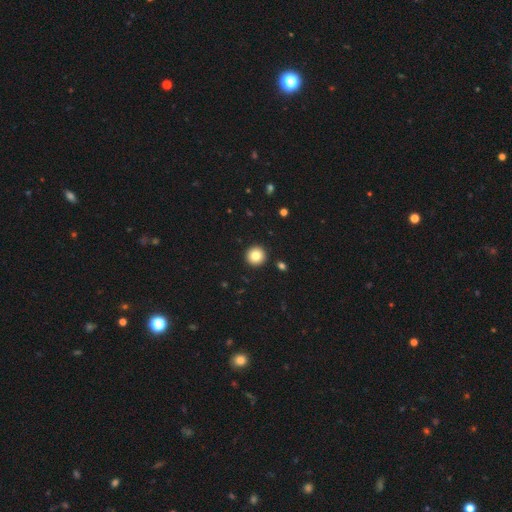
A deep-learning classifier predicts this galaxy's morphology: smooth-or-featured: smooth: 83% | star or artifact: 10% | featured or disk: 8%
  how-rounded: round: 96% | in between: 3% | cigar-shaped: 1%
  merging: none: 93% | minor disturbance: 4% | major disturbance: 1% | merger: 1%